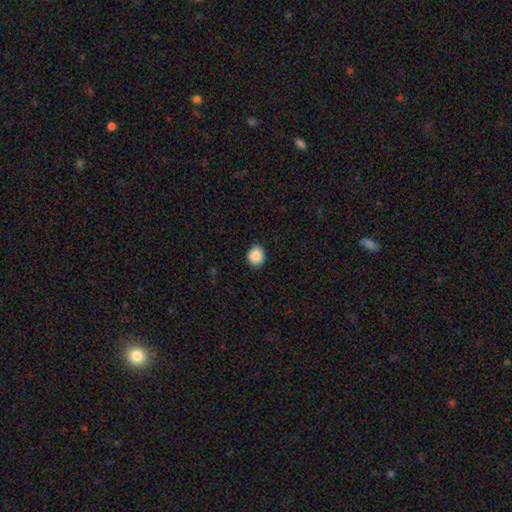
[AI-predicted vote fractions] smooth_or_featured: smooth (p=0.88) [alt: star or artifact p=0.09]
how_rounded: round (p=0.66) [alt: in between p=0.33]
merging: none (p=0.85) [alt: minor disturbance p=0.12]